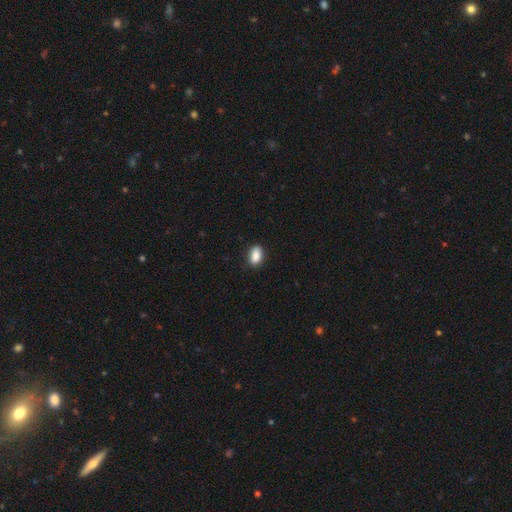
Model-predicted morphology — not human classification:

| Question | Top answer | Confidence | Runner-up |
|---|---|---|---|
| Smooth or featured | smooth | 88% | star or artifact (8%) |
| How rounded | in between | 89% | round (8%) |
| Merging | none | 84% | minor disturbance (13%) |